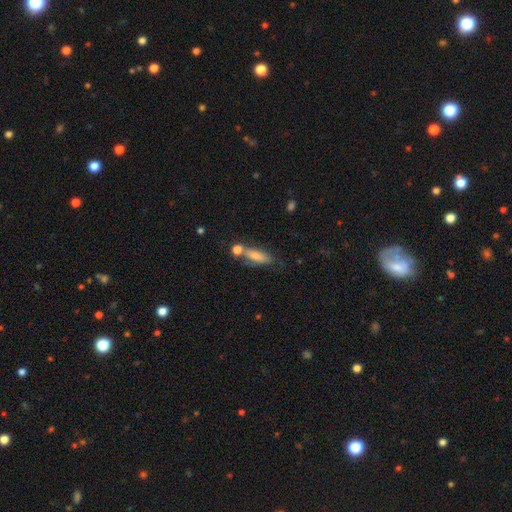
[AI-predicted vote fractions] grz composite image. It shows a smooth galaxy with no disk features (74%) that is in between round and cigar-shaped (54%). Merging: none (49%).